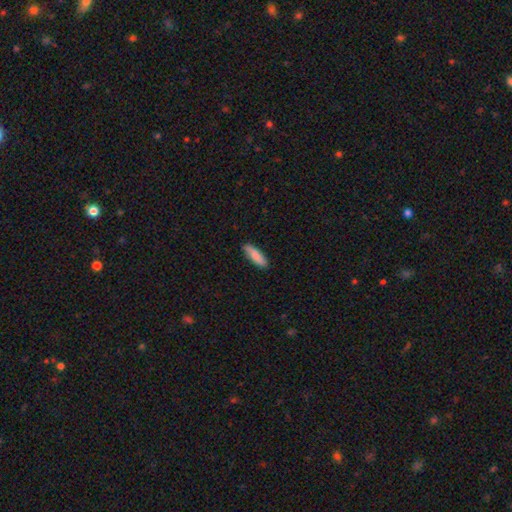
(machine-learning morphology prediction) Overall: smooth (83%). How rounded: cigar-shaped (50%; in between 48%). Merging: none (86%).